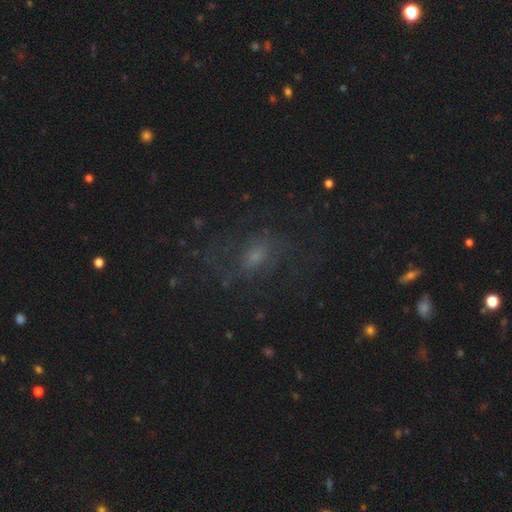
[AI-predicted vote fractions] The model was most divided on "smooth or featured": featured or disk: 48%, smooth: 31%, star or artifact: 21%. More confident: merging — none (59%).